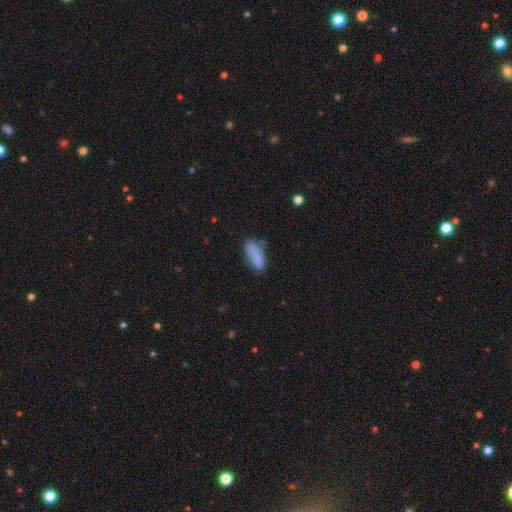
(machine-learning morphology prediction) smooth 83%, featured or disk 9%, star or artifact 8%. Down the decision tree: how rounded — in between (66%); merging — none (58%).